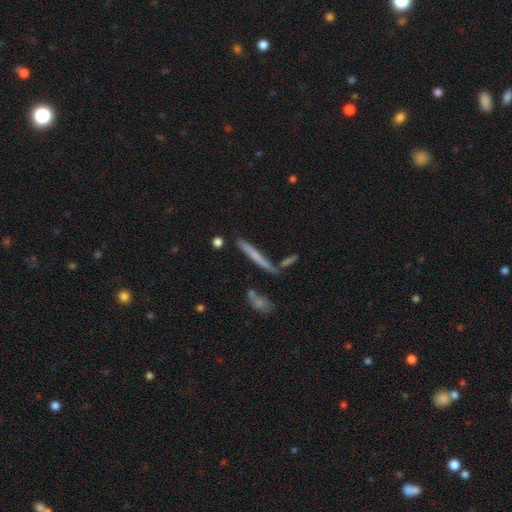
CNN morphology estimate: Smooth or featured? Predicted: smooth (p=0.53). How rounded? Predicted: cigar-shaped (p=0.95). Merging? Predicted: none (p=0.77).